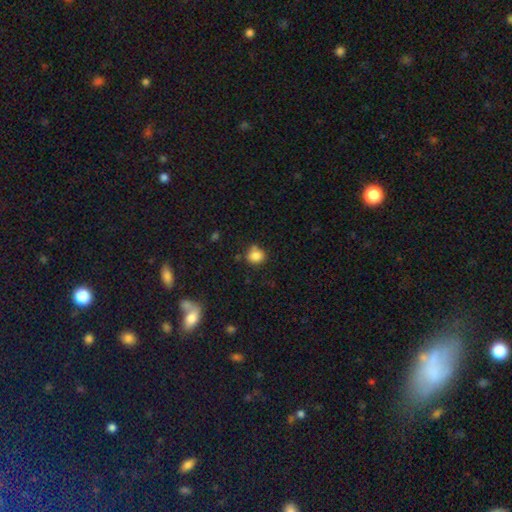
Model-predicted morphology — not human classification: The model was most divided on "merging": none: 71%, minor disturbance: 19%, merger: 6%, major disturbance: 4%. More confident: smooth or featured — smooth (84%); how rounded — round (81%).